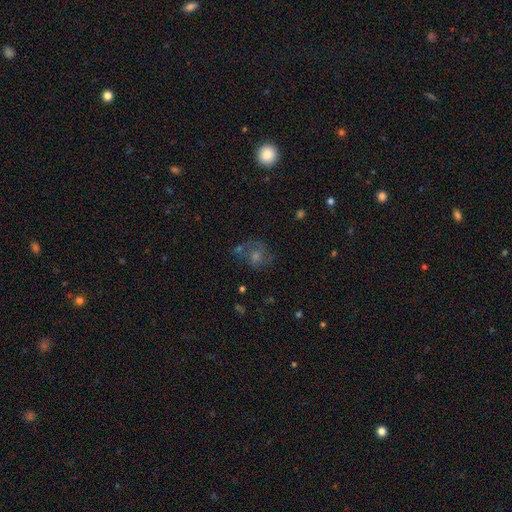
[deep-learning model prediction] Smooth or featured? Predicted: featured or disk (p=0.43). Merging? Predicted: none (p=0.62).